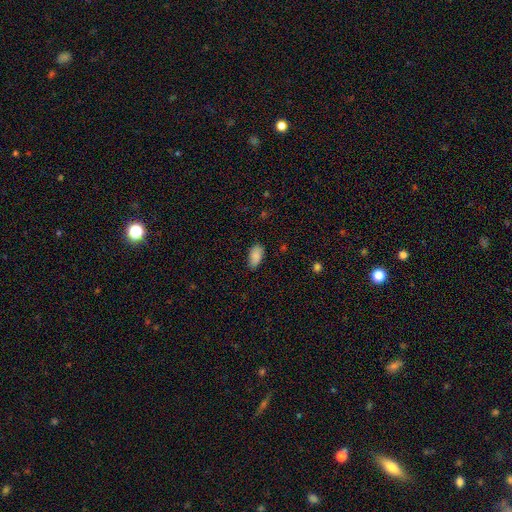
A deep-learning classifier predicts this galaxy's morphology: Overall: smooth (88%). How rounded: in between (94%). Merging: none (80%).